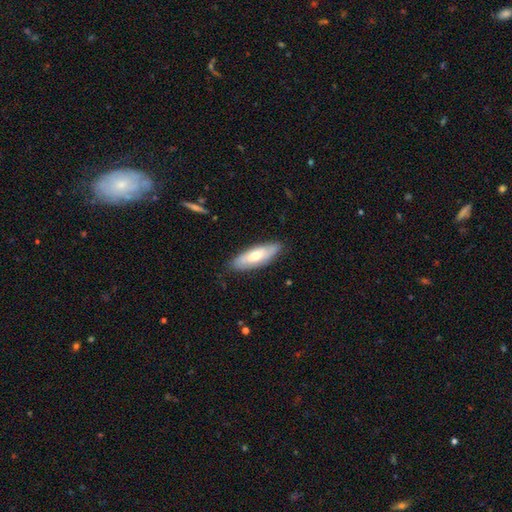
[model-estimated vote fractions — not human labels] Smooth or featured?
  - smooth: 57% *
  - featured or disk: 37%
  - star or artifact: 6%
How rounded?
  - in between: 64% *
  - cigar-shaped: 34%
  - round: 2%
Merging?
  - none: 83% *
  - minor disturbance: 14%
  - major disturbance: 2%
  - merger: 1%